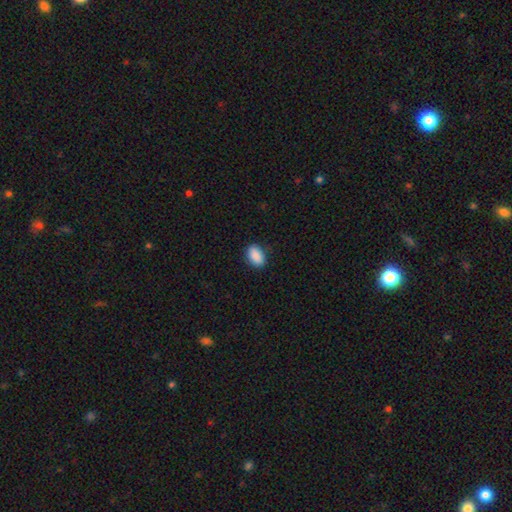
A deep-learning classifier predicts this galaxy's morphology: smooth 90%, star or artifact 7%, featured or disk 3%. Down the decision tree: how rounded — in between (90%); merging — none (87%).